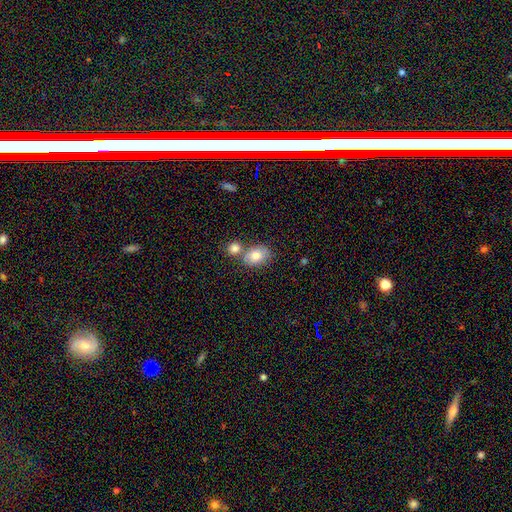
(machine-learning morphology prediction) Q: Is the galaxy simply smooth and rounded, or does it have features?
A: smooth — 79%.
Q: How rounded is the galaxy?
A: in between — 70%.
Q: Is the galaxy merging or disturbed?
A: none — 50%.